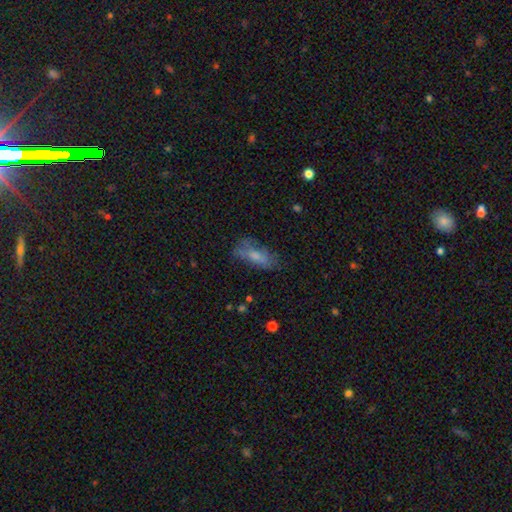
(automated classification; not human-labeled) smooth_or_featured: smooth (p=0.62) [alt: featured or disk p=0.29]
how_rounded: in between (p=0.77) [alt: cigar-shaped p=0.19]
merging: none (p=0.52) [alt: minor disturbance p=0.28]